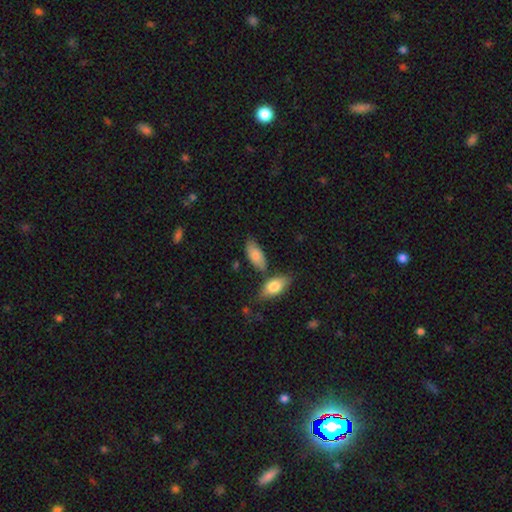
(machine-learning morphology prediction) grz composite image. It shows a smooth galaxy with no disk features (81%) that is in between round and cigar-shaped (89%). Merging: none (62%).